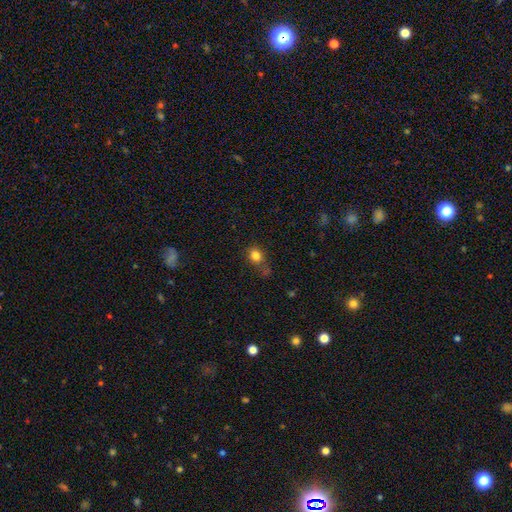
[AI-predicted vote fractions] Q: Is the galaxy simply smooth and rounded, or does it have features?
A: smooth — 81%.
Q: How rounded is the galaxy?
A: round — 68%.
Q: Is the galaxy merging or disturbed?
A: none — 62%.